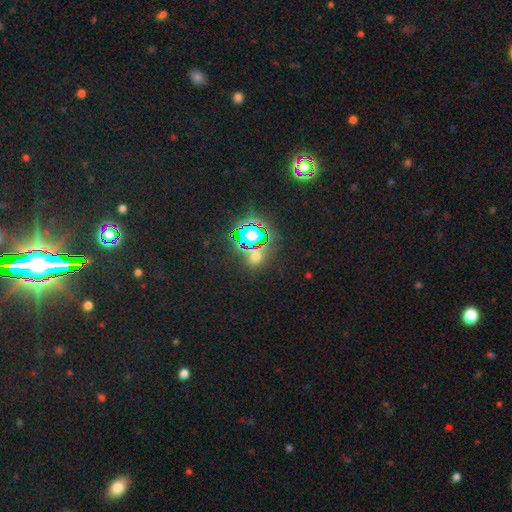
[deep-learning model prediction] Overall: star or artifact (59%; smooth 33%).